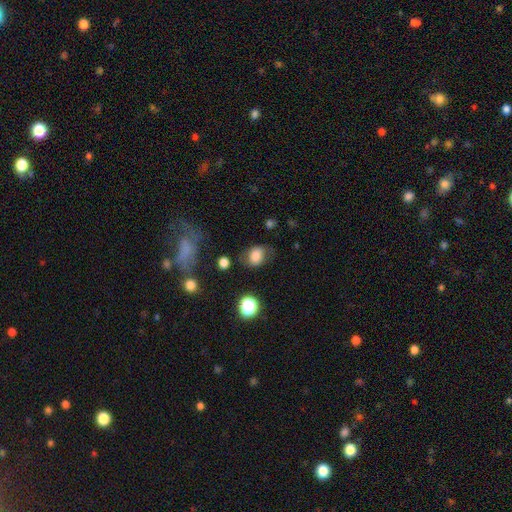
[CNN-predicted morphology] The model was most divided on "how rounded": in between: 56%, round: 43%, cigar-shaped: 1%. More confident: smooth or featured — smooth (77%); merging — none (65%).